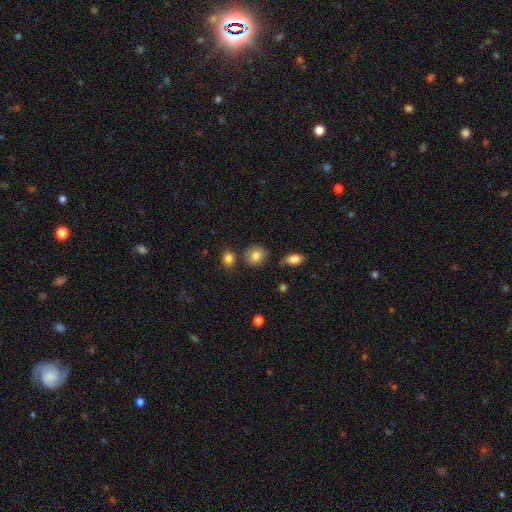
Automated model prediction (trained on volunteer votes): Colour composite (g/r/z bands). It shows a smooth galaxy with no disk features (84%) that is round (79%). Merging: none (77%).